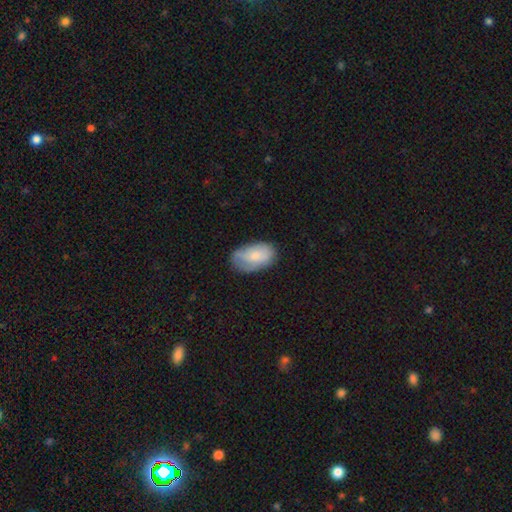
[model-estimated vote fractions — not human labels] This is likely a smooth galaxy (71%). How rounded: clearly in between (92%). Merging: likely none (63%).